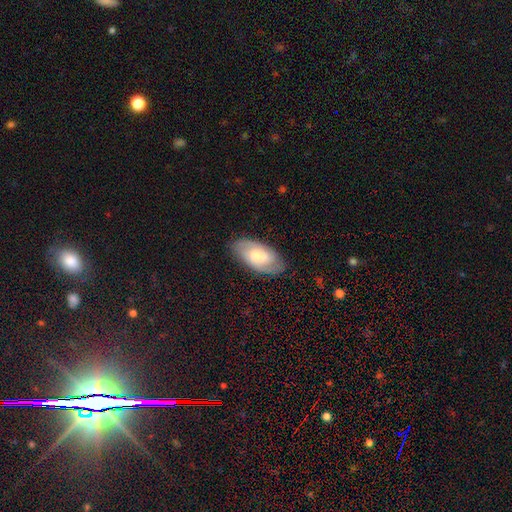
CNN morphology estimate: Q: Smooth or featured?
A: featured or disk (49%); runner-up: smooth (43%)
Q: Merging?
A: none (82%); runner-up: minor disturbance (13%)